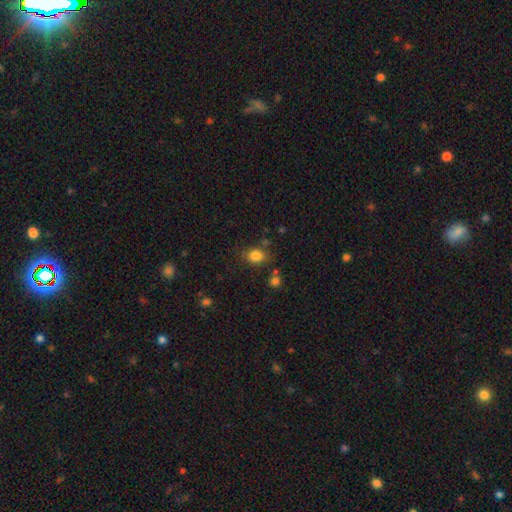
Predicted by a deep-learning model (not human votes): smooth 82%, star or artifact 11%, featured or disk 6%. Down the decision tree: how rounded — in between (55%); merging — none (74%).